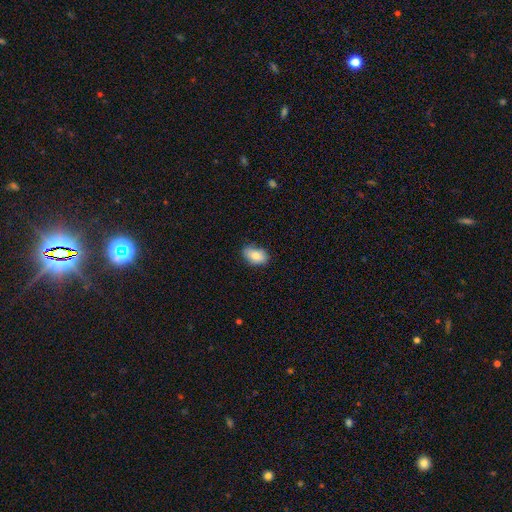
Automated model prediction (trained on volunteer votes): Smooth or featured: smooth — 81% (featured or disk — 11%)
How rounded: in between — 90% (round — 8%)
Merging: none — 73% (minor disturbance — 22%)